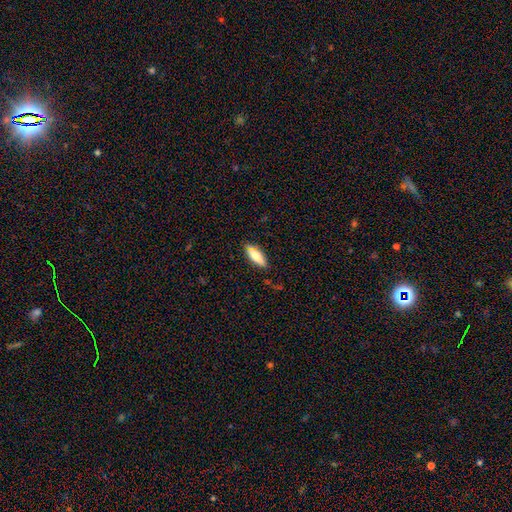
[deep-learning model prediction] Smooth or featured? Predicted: smooth (p=0.72). How rounded? Predicted: in between (p=0.59). Merging? Predicted: none (p=0.85).